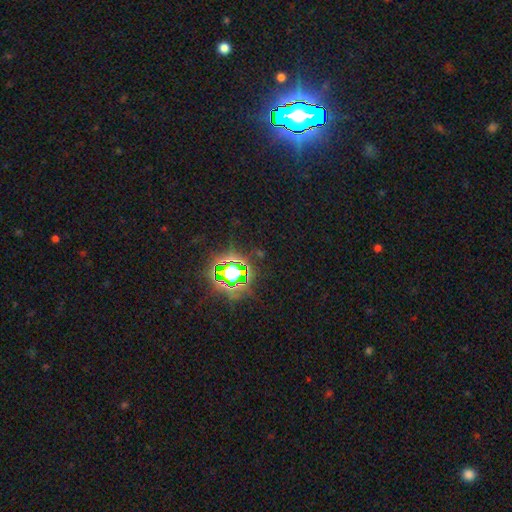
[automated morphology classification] This is likely a star or artifact rather than a galaxy (80%).